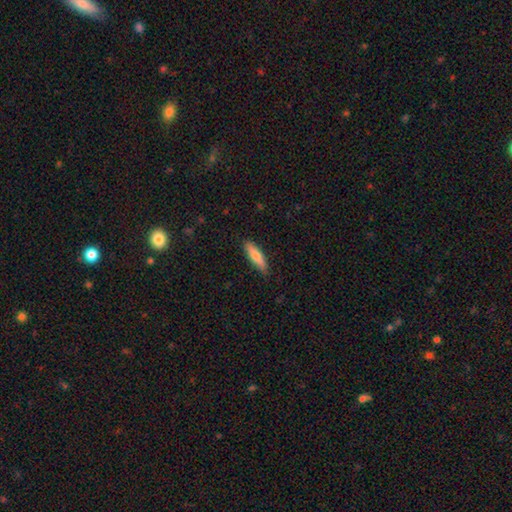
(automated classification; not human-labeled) smooth-or-featured: smooth: 73% | featured or disk: 21% | star or artifact: 6%
  how-rounded: cigar-shaped: 68% | in between: 30% | round: 2%
  merging: none: 86% | minor disturbance: 11% | major disturbance: 2% | merger: 1%